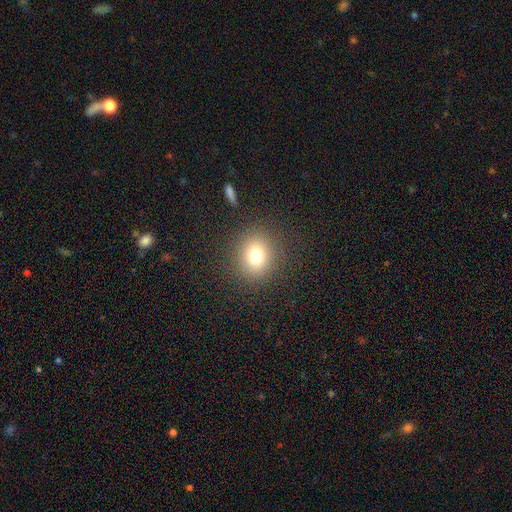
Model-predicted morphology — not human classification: Overall: smooth (76%). How rounded: round (79%). Merging: none (87%).